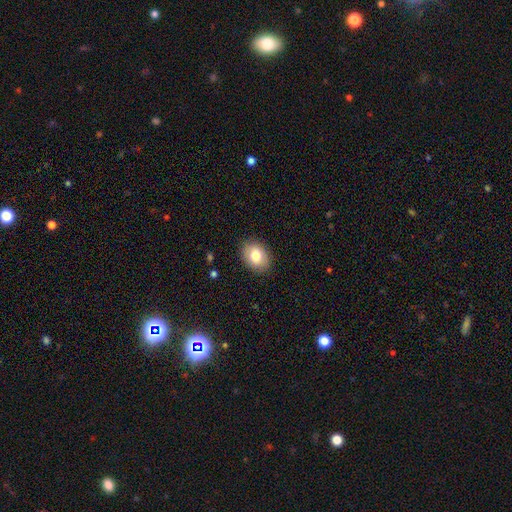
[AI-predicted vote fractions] This appears to be a smooth galaxy with no disk features (79%) that is in between round and cigar-shaped (69%). Merging: none (88%).